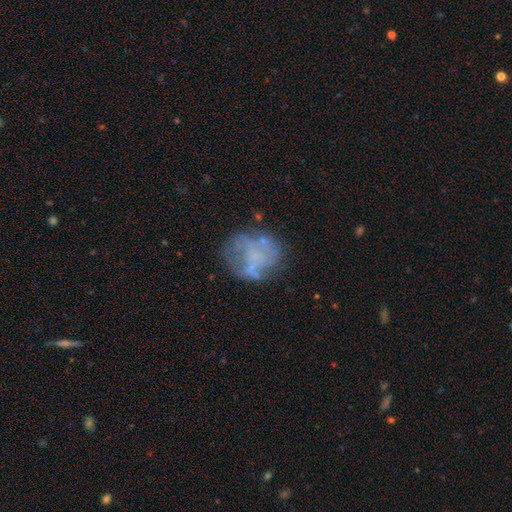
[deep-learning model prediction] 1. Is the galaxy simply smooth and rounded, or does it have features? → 57% featured or disk, 31% smooth, 12% star or artifact.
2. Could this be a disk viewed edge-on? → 98% no, 2% yes.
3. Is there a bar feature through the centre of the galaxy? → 86% no, 11% weak, 3% strong.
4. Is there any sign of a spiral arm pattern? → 78% no, 22% yes.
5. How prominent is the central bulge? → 71% none, 16% small, 9% moderate, 2% large, 1% dominant.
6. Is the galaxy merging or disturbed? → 53% none, 21% minor disturbance, 20% major disturbance, 5% merger.